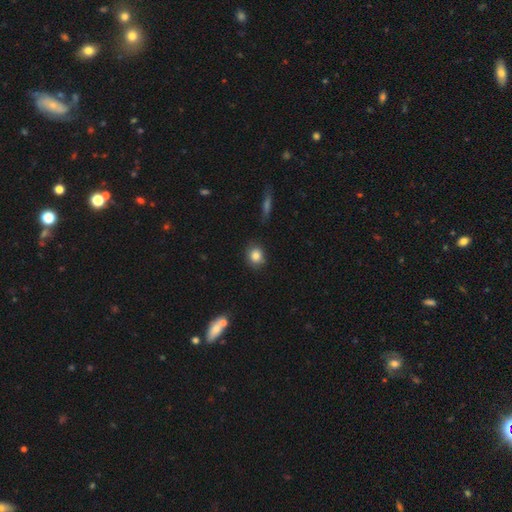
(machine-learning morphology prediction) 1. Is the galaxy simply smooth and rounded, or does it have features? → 84% smooth, 10% star or artifact, 7% featured or disk.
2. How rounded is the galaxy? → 77% round, 21% in between, 1% cigar-shaped.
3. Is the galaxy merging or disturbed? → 84% none, 12% minor disturbance, 2% major disturbance, 2% merger.